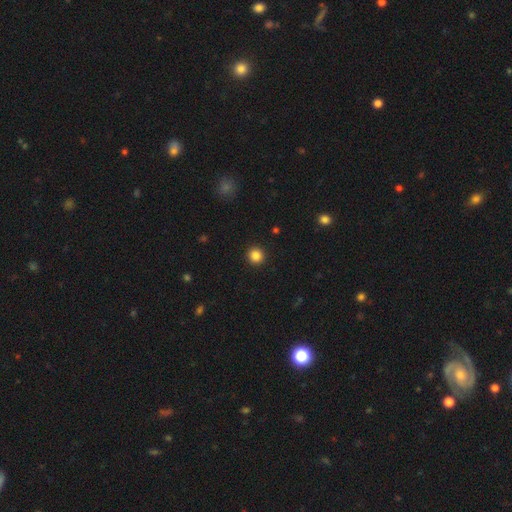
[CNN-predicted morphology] smooth-or-featured: smooth: 85% | star or artifact: 11% | featured or disk: 4%
  how-rounded: round: 95% | in between: 5% | cigar-shaped: 1%
  merging: none: 93% | minor disturbance: 4% | major disturbance: 2% | merger: 1%